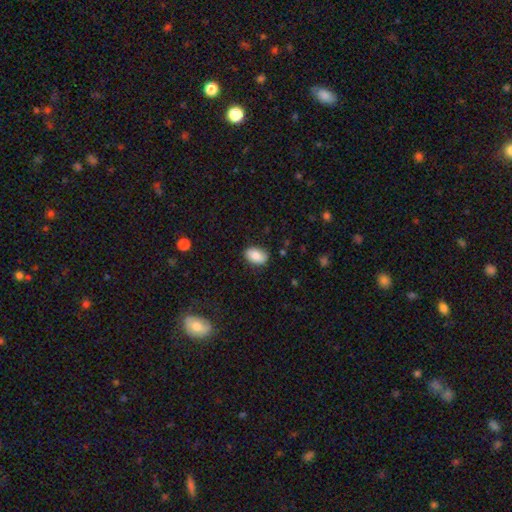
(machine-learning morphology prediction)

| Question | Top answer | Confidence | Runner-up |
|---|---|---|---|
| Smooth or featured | smooth | 81% | featured or disk (12%) |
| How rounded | in between | 88% | round (10%) |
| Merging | none | 83% | minor disturbance (13%) |